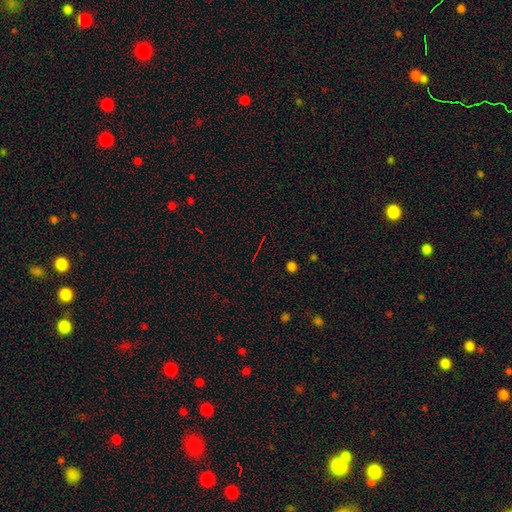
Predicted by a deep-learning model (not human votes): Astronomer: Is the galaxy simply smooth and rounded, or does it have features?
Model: star or artifact — 64%.